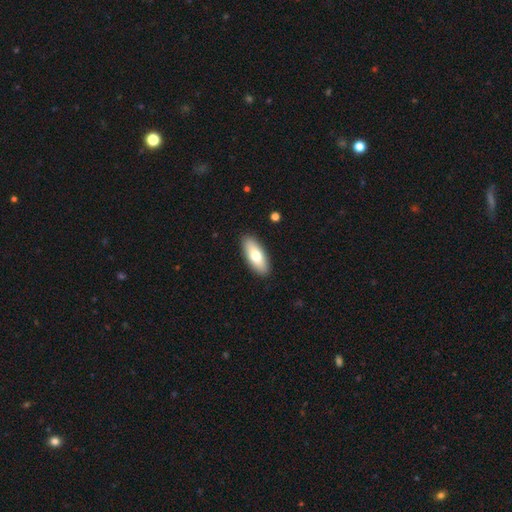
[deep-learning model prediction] This is likely a smooth galaxy (72%). How rounded: likely in between (78%). Merging: clearly none (90%).